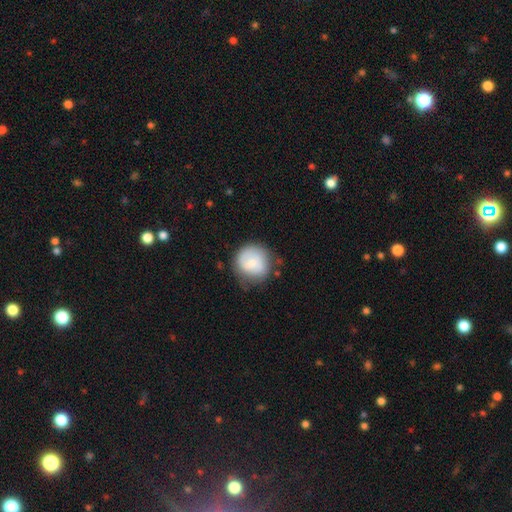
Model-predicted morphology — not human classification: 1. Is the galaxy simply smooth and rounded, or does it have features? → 71% smooth, 22% featured or disk, 7% star or artifact.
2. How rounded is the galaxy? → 88% round, 11% in between, 1% cigar-shaped.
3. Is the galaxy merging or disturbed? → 64% none, 24% minor disturbance, 9% major disturbance, 4% merger.